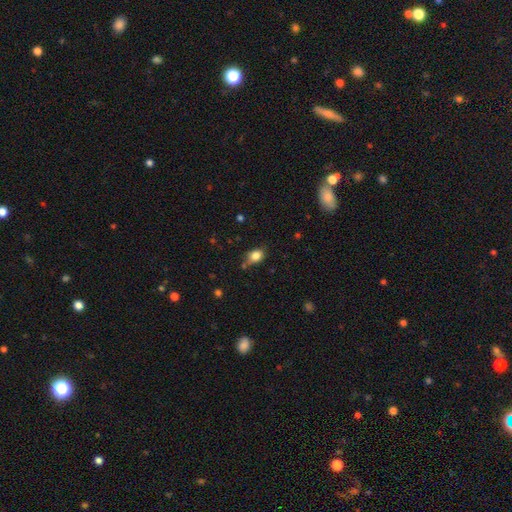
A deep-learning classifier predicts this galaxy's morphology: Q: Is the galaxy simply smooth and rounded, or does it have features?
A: smooth — 83%.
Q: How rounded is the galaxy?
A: in between — 66%.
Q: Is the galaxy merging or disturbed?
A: none — 67%.